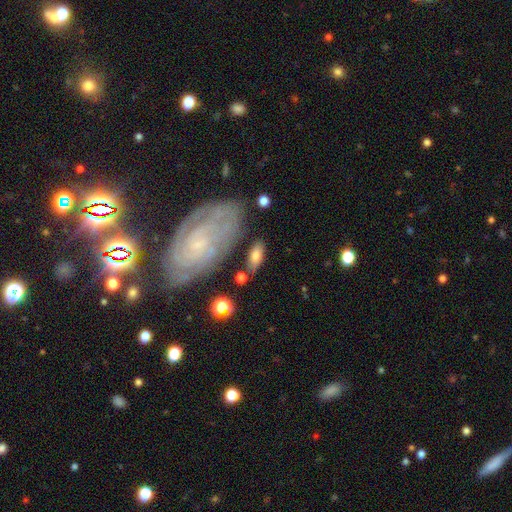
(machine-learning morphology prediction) Q: Smooth or featured?
A: smooth (68%); runner-up: featured or disk (25%)
Q: How rounded?
A: in between (83%); runner-up: cigar-shaped (12%)
Q: Merging?
A: none (71%); runner-up: minor disturbance (15%)